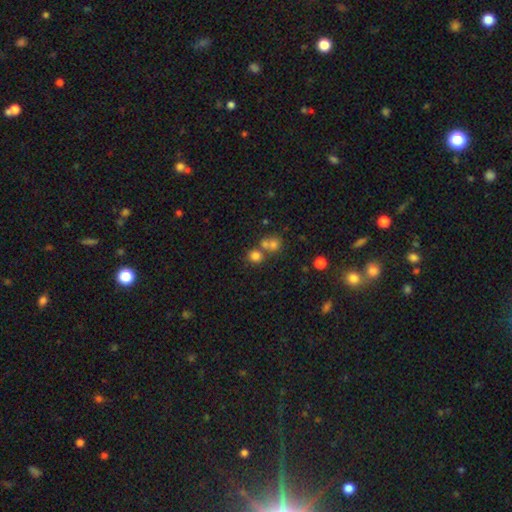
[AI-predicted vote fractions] Morphology: type=smooth (77%); roundness=round (82%); merging=none (55%).